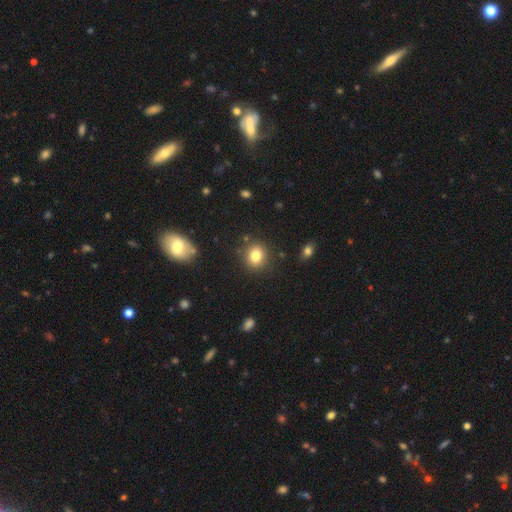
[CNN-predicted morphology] A smooth galaxy with no disk features (82%) that is round (76%). Merging: none (87%).